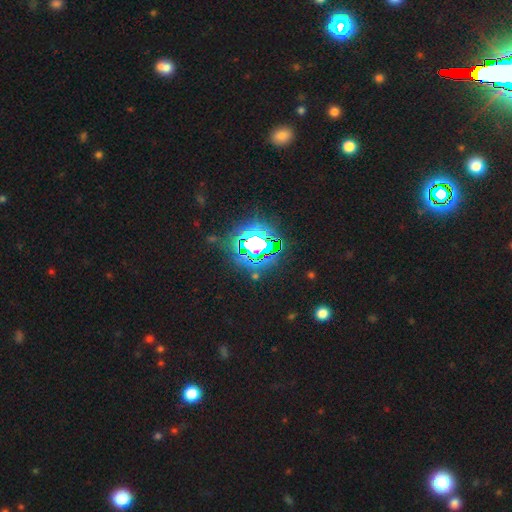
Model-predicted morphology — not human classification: A star or artifact, not a galaxy (81%).

Vote fractions:
- Smooth or featured? star or artifact: 81% / smooth: 11% / featured or disk: 8%